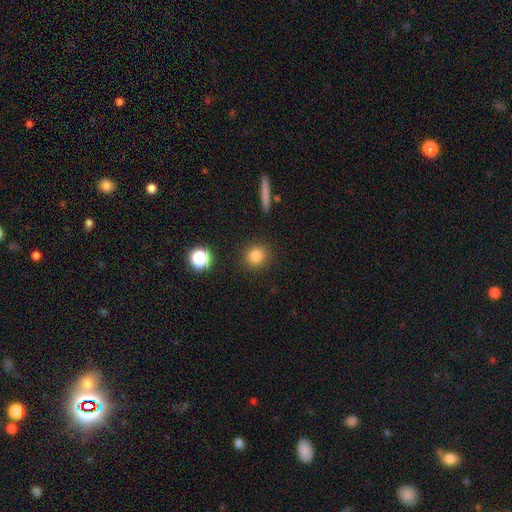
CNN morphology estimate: Q: Smooth or featured?
A: smooth (81%); runner-up: star or artifact (12%)
Q: How rounded?
A: round (88%); runner-up: in between (11%)
Q: Merging?
A: none (89%); runner-up: minor disturbance (7%)